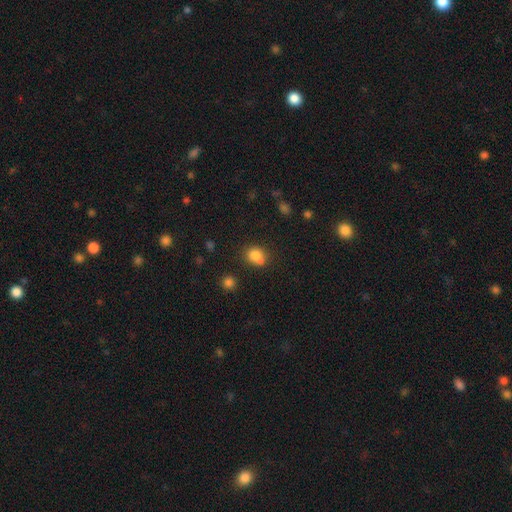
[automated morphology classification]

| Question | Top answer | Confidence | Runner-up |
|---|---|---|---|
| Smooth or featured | smooth | 79% | star or artifact (12%) |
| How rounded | round | 53% | in between (46%) |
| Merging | none | 49% | merger (23%) |